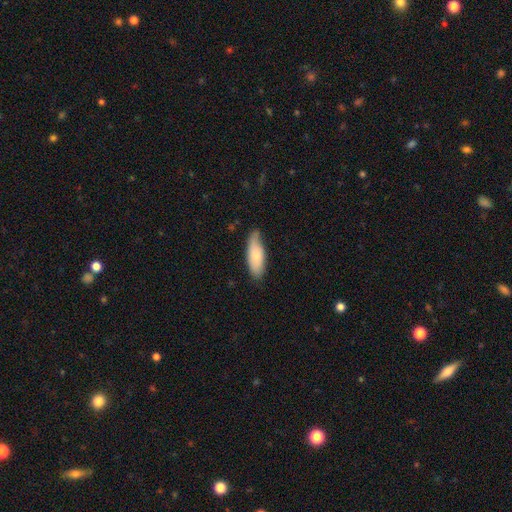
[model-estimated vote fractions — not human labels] Smooth or featured? Predicted: smooth (p=0.75). How rounded? Predicted: in between (p=0.71). Merging? Predicted: none (p=0.67).